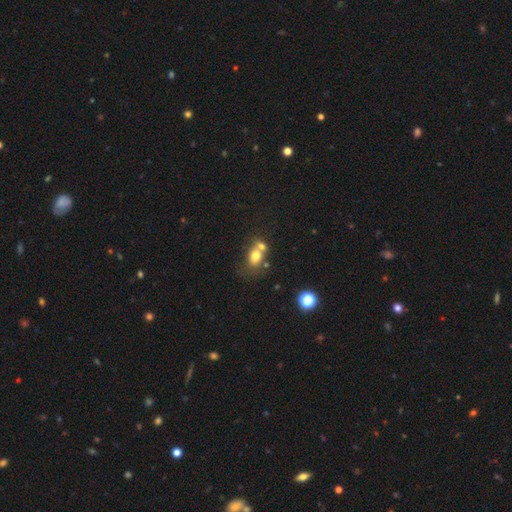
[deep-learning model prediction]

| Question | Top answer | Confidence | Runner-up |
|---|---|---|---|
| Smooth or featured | smooth | 73% | featured or disk (16%) |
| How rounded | in between | 59% | round (40%) |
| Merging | merger | 50% | none (33%) |